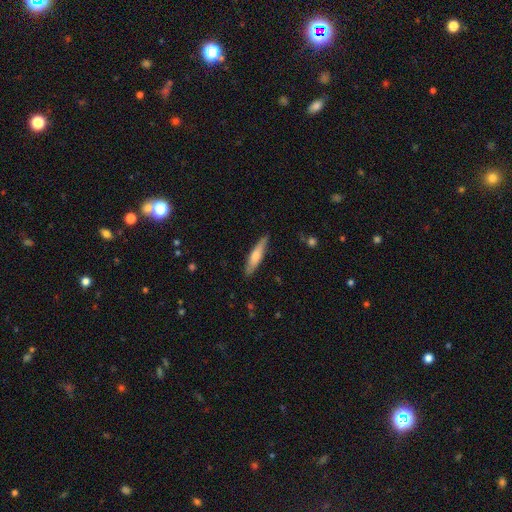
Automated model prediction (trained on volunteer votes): Smooth or featured? Predicted: smooth (p=0.61). How rounded? Predicted: cigar-shaped (p=0.82). Merging? Predicted: none (p=0.85).